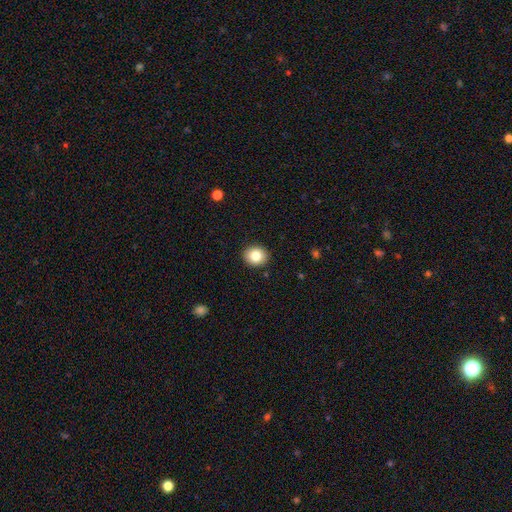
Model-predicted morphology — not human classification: Smooth or featured? smooth (82%)
How rounded? round (77%)
Merging? none (92%)